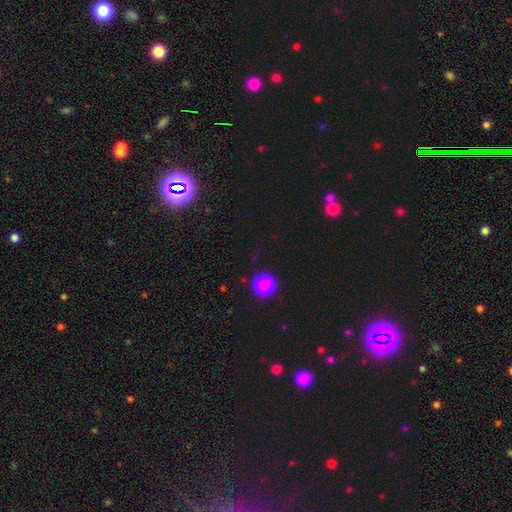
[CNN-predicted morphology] smooth-or-featured: smooth: 82% | star or artifact: 13% | featured or disk: 4%
  how-rounded: round: 93% | in between: 6% | cigar-shaped: 1%
  merging: none: 89% | minor disturbance: 7% | major disturbance: 3% | merger: 2%